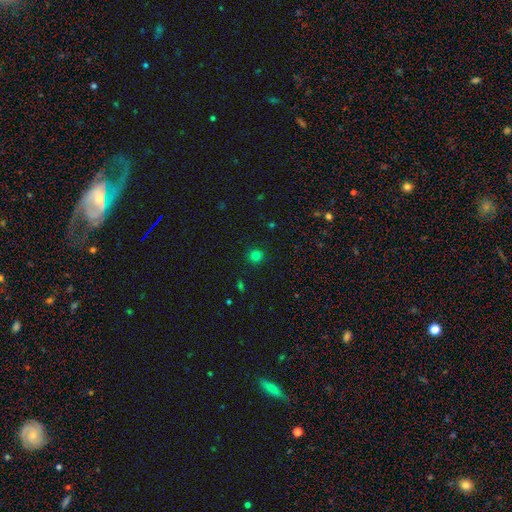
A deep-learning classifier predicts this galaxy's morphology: Overall: smooth (79%). How rounded: round (93%). Merging: none (91%).